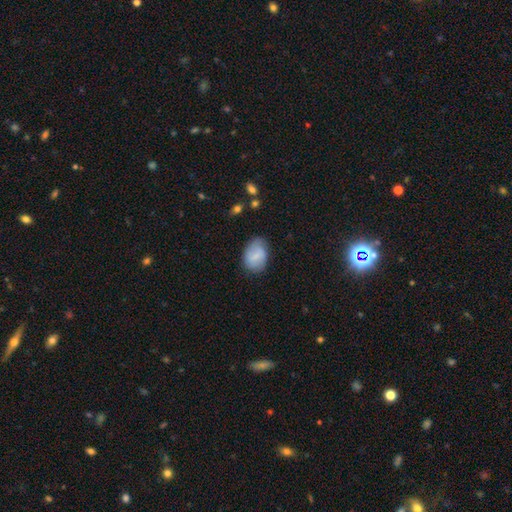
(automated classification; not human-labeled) Morphology: type=smooth (69%); roundness=in between (78%); merging=none (67%).